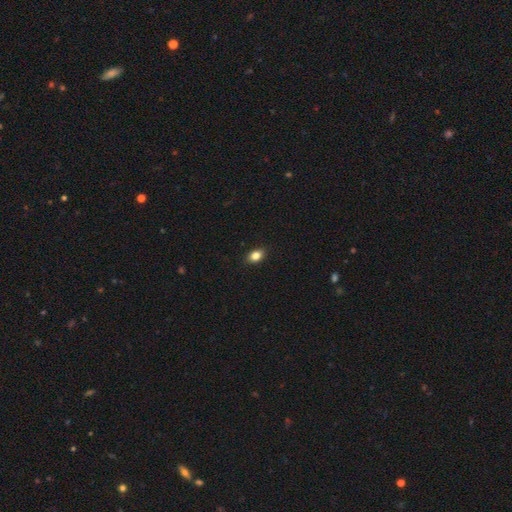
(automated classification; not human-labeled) Smooth or featured?
  - smooth: 82% *
  - star or artifact: 10%
  - featured or disk: 8%
How rounded?
  - in between: 80% *
  - round: 18%
  - cigar-shaped: 2%
Merging?
  - none: 88% *
  - minor disturbance: 9%
  - major disturbance: 2%
  - merger: 1%